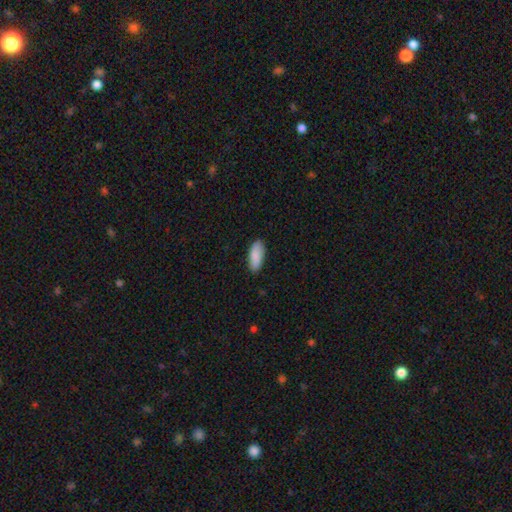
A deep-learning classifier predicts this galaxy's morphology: Smooth or featured: smooth — 89% (featured or disk — 6%)
How rounded: in between — 81% (cigar-shaped — 17%)
Merging: none — 87% (minor disturbance — 10%)